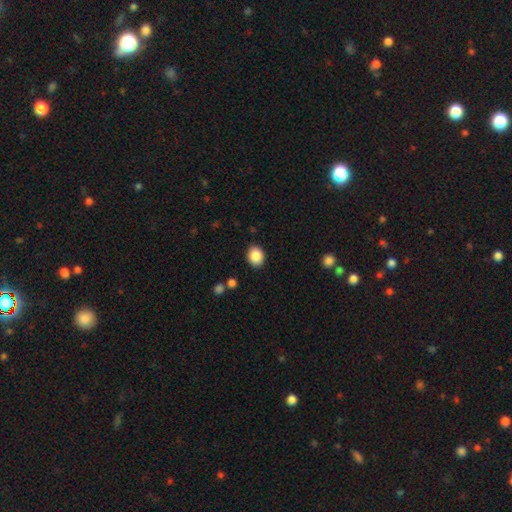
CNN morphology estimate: Smooth or featured? smooth (87%)
How rounded? in between (56%)
Merging? none (88%)